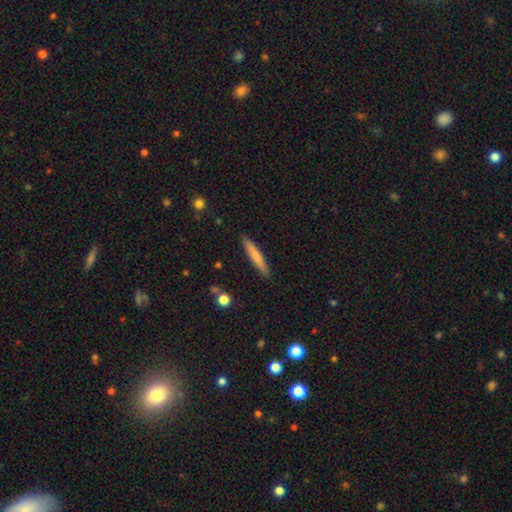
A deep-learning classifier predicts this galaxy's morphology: This is likely a smooth galaxy (70%). How rounded: clearly cigar-shaped (93%). Merging: clearly none (90%).